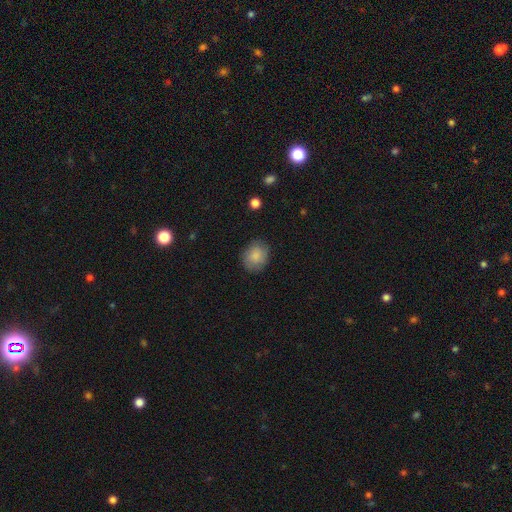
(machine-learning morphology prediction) The model was most divided on "how rounded": round: 56%, in between: 43%, cigar-shaped: 1%. More confident: smooth or featured — smooth (83%); merging — none (80%).